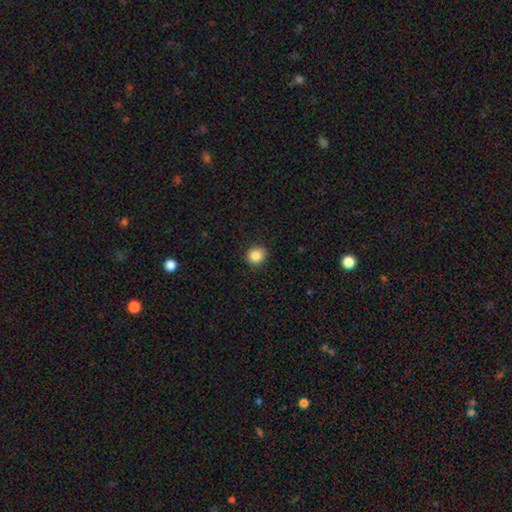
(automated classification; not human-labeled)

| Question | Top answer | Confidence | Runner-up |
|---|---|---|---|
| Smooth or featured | smooth | 87% | star or artifact (10%) |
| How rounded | round | 87% | in between (12%) |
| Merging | none | 89% | minor disturbance (8%) |